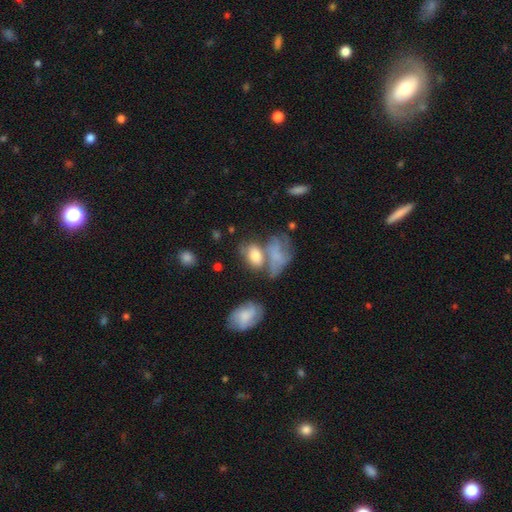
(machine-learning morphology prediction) A smooth galaxy with no disk features (64%) that is in between round and cigar-shaped (79%). Merging: merger (35%, tied with none).